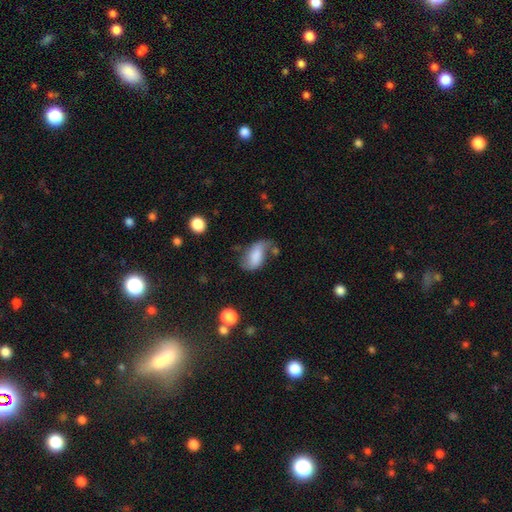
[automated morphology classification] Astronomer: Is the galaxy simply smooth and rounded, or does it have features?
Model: smooth — 62%.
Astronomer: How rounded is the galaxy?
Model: in between — 91%.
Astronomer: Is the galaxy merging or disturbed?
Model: none — 36% (runner-up: minor disturbance, 31%).